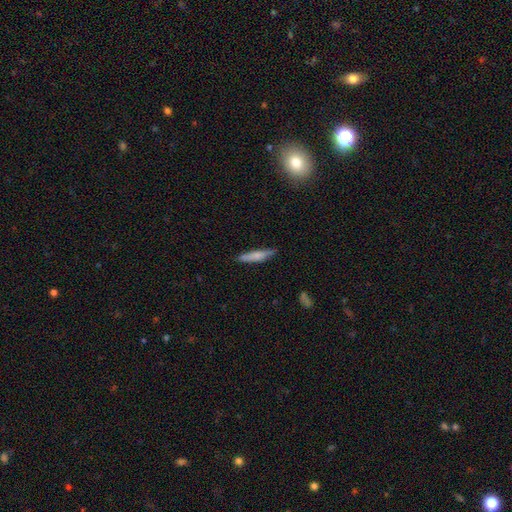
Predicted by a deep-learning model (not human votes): Smooth or featured? Predicted: smooth (p=0.67). How rounded? Predicted: cigar-shaped (p=0.90). Merging? Predicted: none (p=0.85).